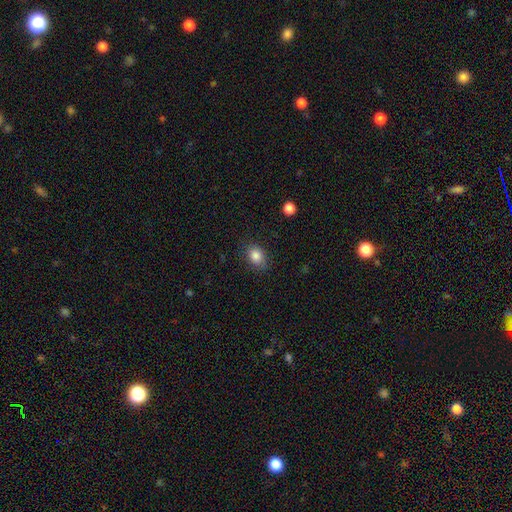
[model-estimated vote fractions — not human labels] A smooth galaxy with no disk features (84%) that is in between round and cigar-shaped (64%). Merging: none (82%).